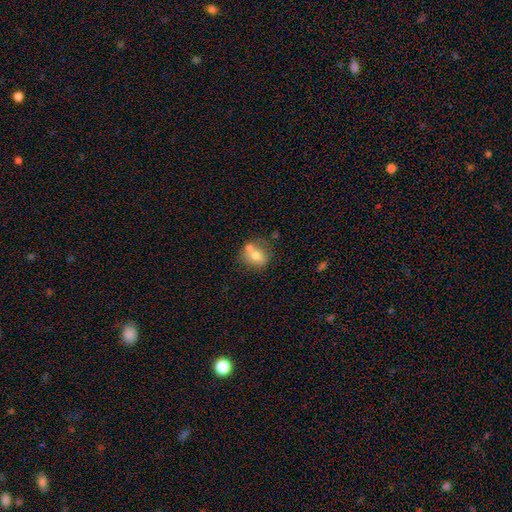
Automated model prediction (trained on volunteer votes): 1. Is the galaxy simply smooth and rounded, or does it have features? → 67% smooth, 23% featured or disk, 10% star or artifact.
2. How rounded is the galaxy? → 66% round, 33% in between, 1% cigar-shaped.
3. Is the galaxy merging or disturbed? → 46% none, 35% merger, 13% minor disturbance, 5% major disturbance.